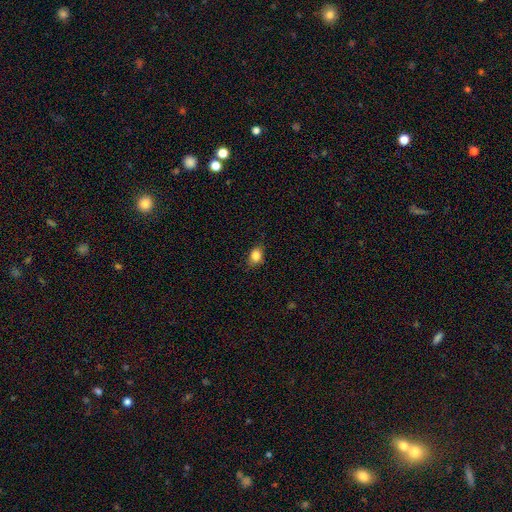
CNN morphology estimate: Smooth or featured: smooth — 85% (star or artifact — 9%)
How rounded: in between — 64% (round — 35%)
Merging: none — 79% (minor disturbance — 16%)